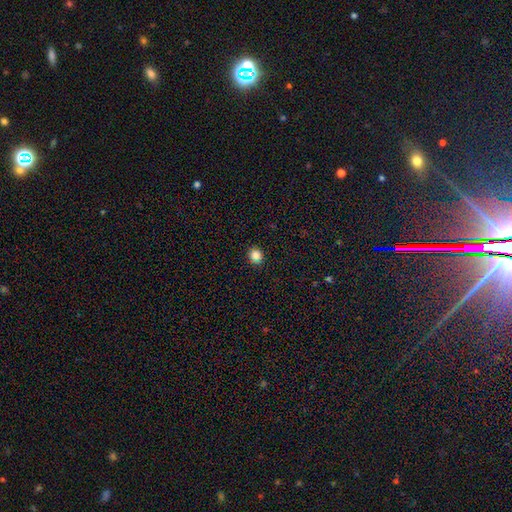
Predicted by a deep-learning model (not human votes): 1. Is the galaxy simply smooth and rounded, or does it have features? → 84% smooth, 13% star or artifact, 4% featured or disk.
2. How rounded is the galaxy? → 86% round, 13% in between, 1% cigar-shaped.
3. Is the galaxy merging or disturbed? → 90% none, 7% minor disturbance, 2% major disturbance, 1% merger.